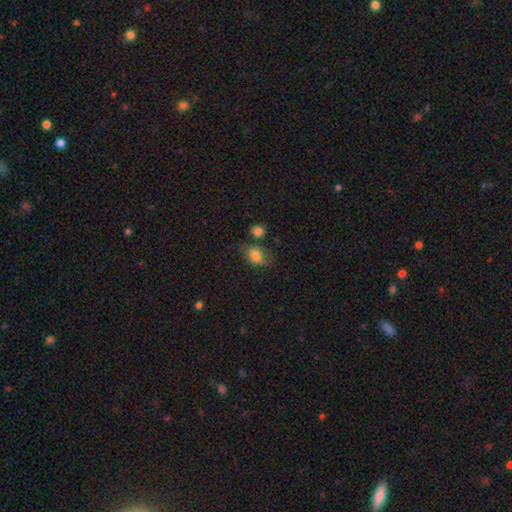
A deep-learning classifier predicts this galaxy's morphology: A smooth galaxy with no disk features (77%) that is in between round and cigar-shaped (78%). Merging: none (56%).